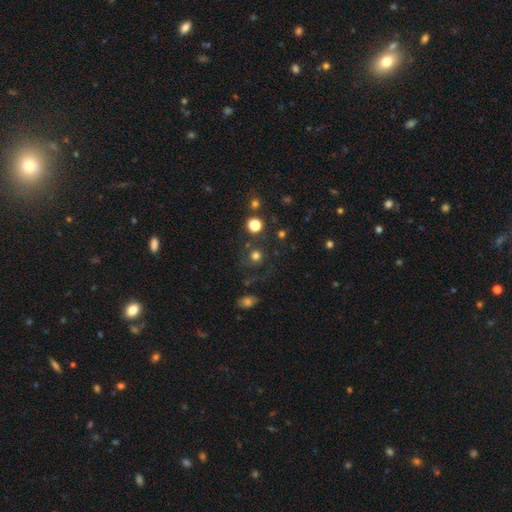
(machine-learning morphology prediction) Overall: smooth (70%). How rounded: round (91%). Merging: none (73%).